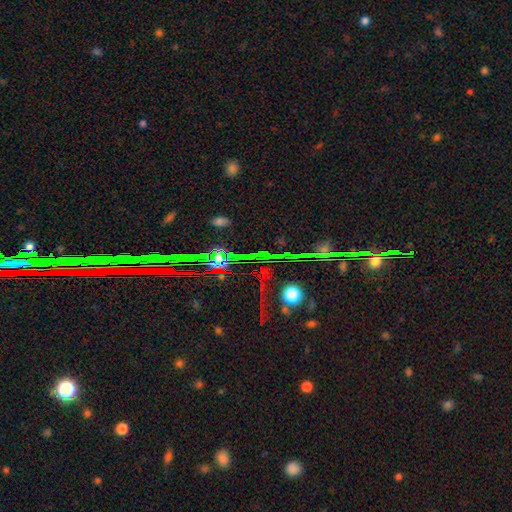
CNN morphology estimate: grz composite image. It shows a star or artifact, not a galaxy (73%).